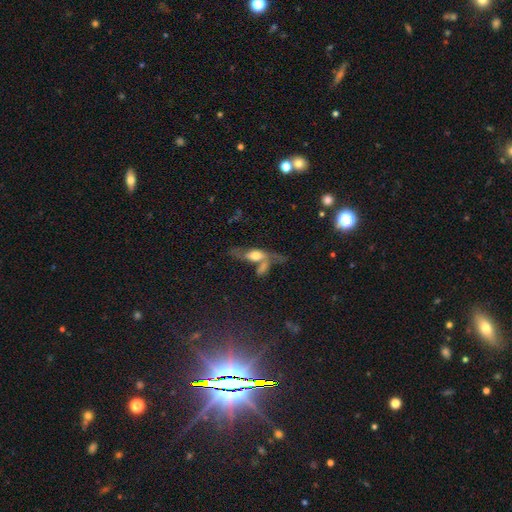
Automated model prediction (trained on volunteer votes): A featured or disk galaxy (47%).

Vote fractions:
- Smooth or featured? featured or disk: 47% / smooth: 41% / star or artifact: 12%
- Merging? merger: 41% / none: 28% / major disturbance: 16% / minor disturbance: 14%